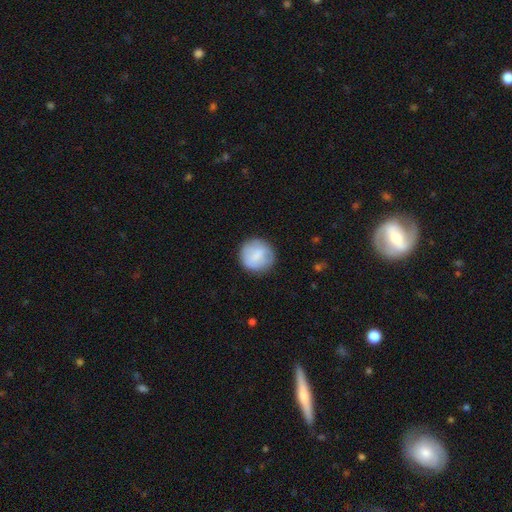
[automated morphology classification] Smooth or featured?
  - smooth: 73% *
  - featured or disk: 21%
  - star or artifact: 6%
How rounded?
  - round: 93% *
  - in between: 6%
  - cigar-shaped: 1%
Merging?
  - none: 84% *
  - minor disturbance: 11%
  - major disturbance: 4%
  - merger: 1%